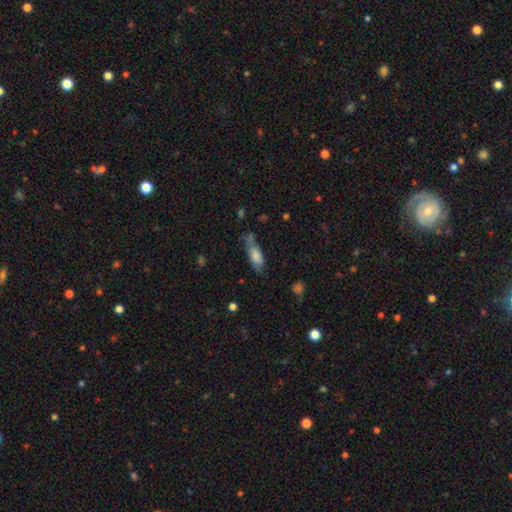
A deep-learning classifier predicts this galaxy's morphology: Overall: smooth (74%). How rounded: in between (71%). Merging: none (47%; minor disturbance 31%).